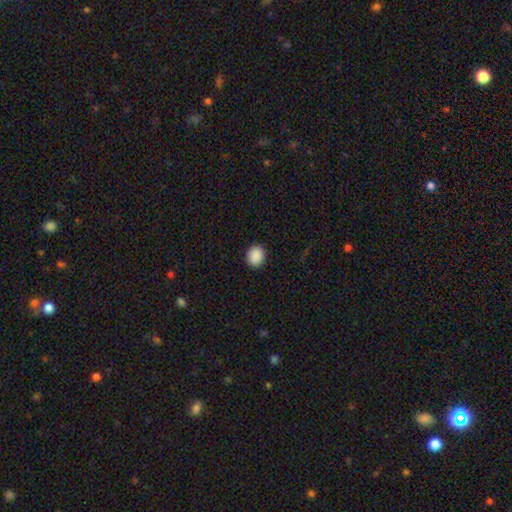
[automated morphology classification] Smooth or featured: smooth — 90% (star or artifact — 8%)
How rounded: round — 78% (in between — 21%)
Merging: none — 91% (minor disturbance — 6%)